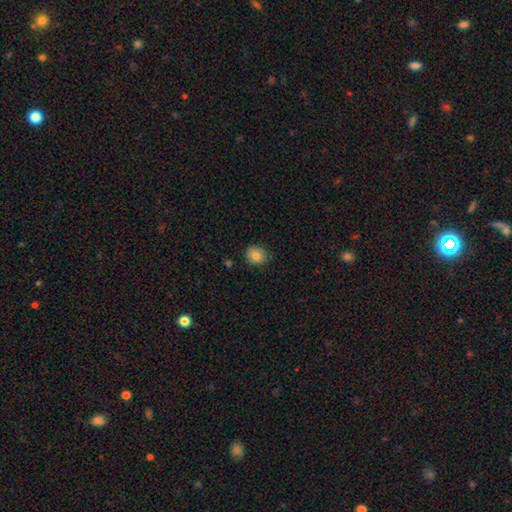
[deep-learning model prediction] smooth-or-featured: smooth: 84% | star or artifact: 9% | featured or disk: 7%
  how-rounded: round: 72% | in between: 27% | cigar-shaped: 1%
  merging: none: 82% | minor disturbance: 14% | major disturbance: 3% | merger: 1%